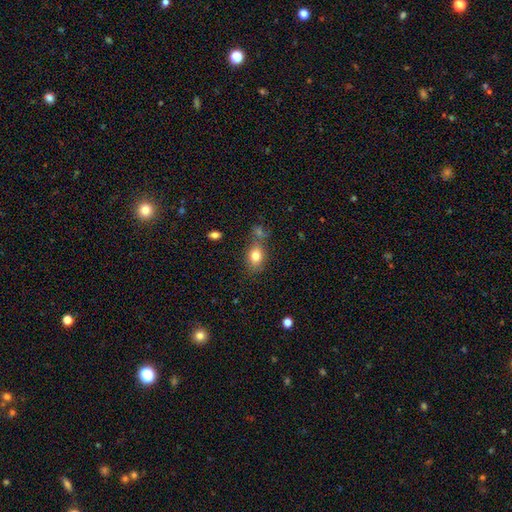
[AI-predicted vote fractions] Smooth or featured? smooth (79%)
How rounded? in between (72%)
Merging? none (65%)